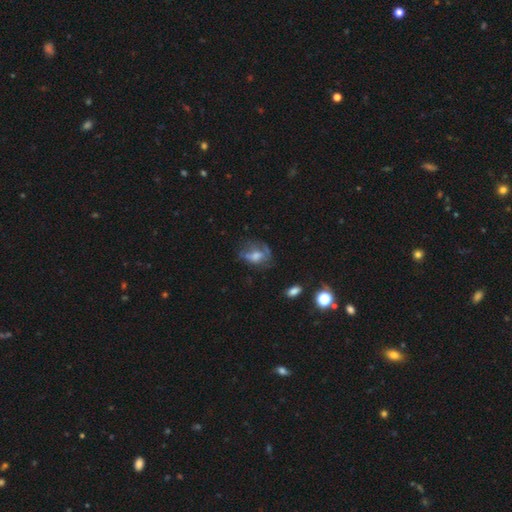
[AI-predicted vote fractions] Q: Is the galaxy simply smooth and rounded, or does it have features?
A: featured or disk — 48%.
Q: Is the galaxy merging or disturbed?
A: none — 45%.